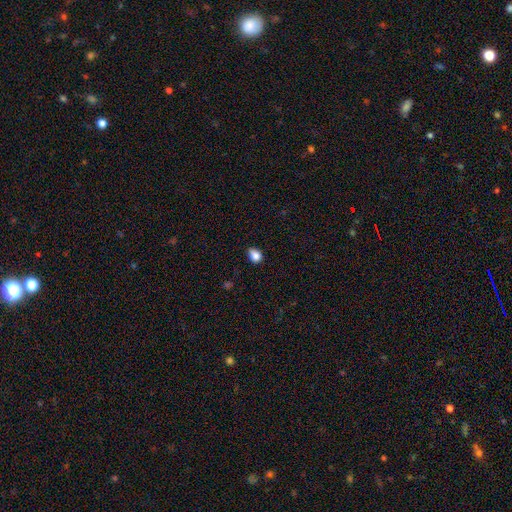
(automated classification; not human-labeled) Smooth or featured? smooth (86%)
How rounded? in between (69%)
Merging? none (74%)